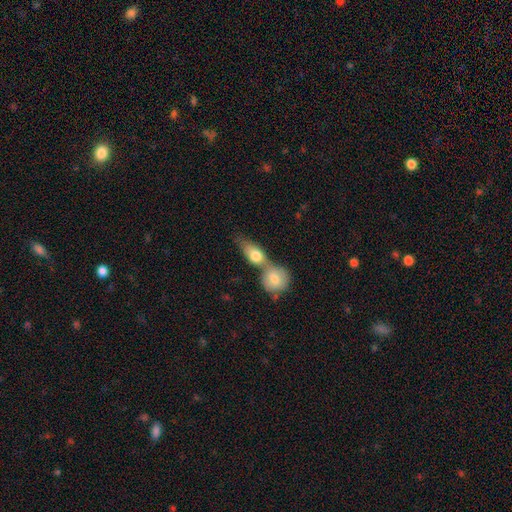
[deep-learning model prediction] Smooth or featured: smooth — 73% (featured or disk — 21%)
How rounded: in between — 63% (round — 23%)
Merging: merger — 66% (none — 23%)